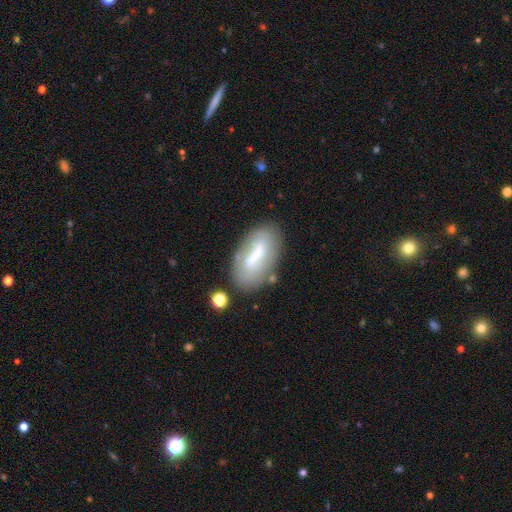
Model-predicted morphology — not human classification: smooth-or-featured: smooth: 46% (tied) | featured or disk: 46% (tied) | star or artifact: 8%
  merging: none: 67% | minor disturbance: 20% | major disturbance: 8% | merger: 6%